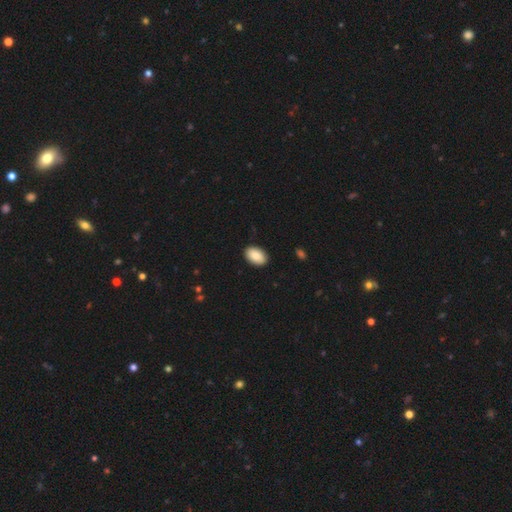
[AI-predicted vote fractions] Q: Smooth or featured?
A: smooth (88%); runner-up: star or artifact (6%)
Q: How rounded?
A: in between (92%); runner-up: round (7%)
Q: Merging?
A: none (90%); runner-up: minor disturbance (7%)